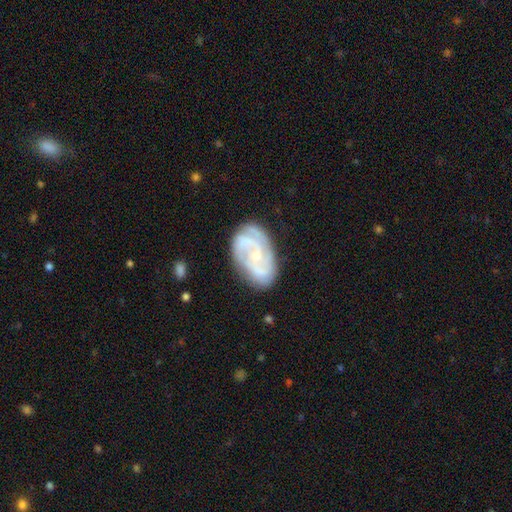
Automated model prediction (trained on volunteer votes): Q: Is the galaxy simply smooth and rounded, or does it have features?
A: featured or disk — 81%.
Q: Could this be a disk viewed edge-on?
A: no — 97%.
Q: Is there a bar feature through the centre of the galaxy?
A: no — 62%.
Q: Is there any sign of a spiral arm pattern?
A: yes — 95%.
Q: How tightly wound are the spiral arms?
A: tight — 54%.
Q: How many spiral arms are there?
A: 2 — 36%.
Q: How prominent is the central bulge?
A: small — 65%.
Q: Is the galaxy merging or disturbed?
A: none — 74%.